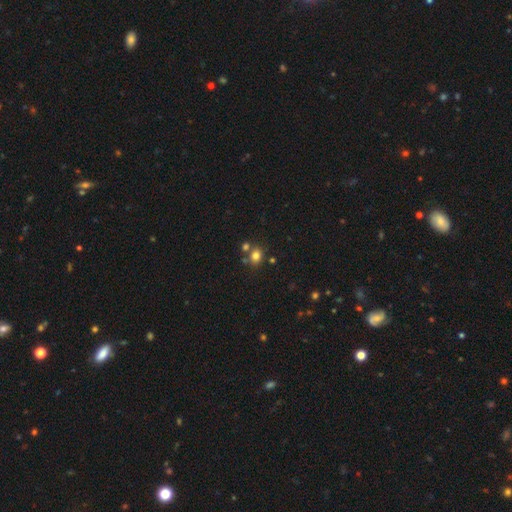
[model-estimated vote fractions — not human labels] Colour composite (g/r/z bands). It shows a smooth galaxy with no disk features (78%) that is round (71%). Merging: none (65%).